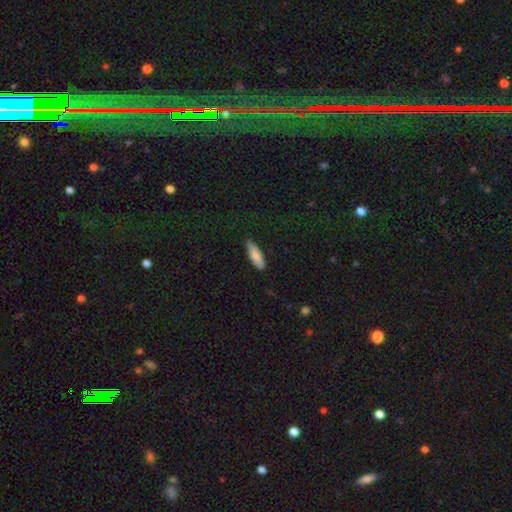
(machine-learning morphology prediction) Overall: smooth (82%). How rounded: in between (53%; cigar-shaped 46%). Merging: none (81%).